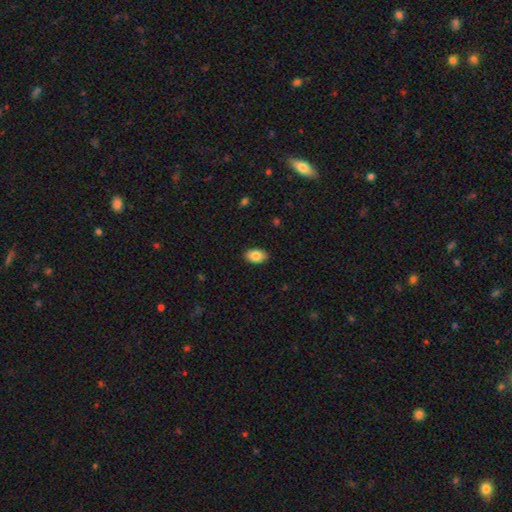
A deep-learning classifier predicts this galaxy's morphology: This is clearly a smooth galaxy (86%). How rounded: clearly in between (90%). Merging: clearly none (89%).